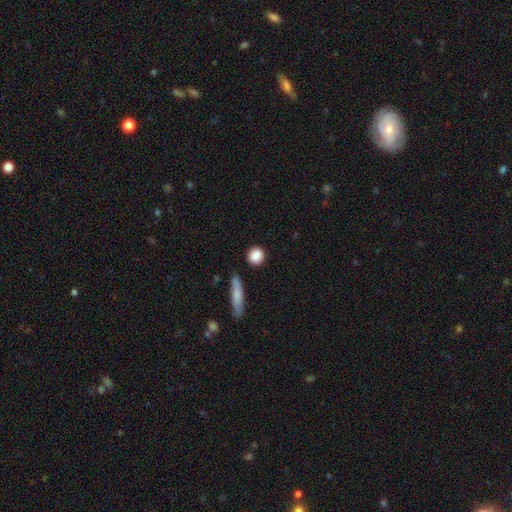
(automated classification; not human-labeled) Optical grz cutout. It shows a smooth galaxy with no disk features (87%) that is round (79%). Merging: none (85%).